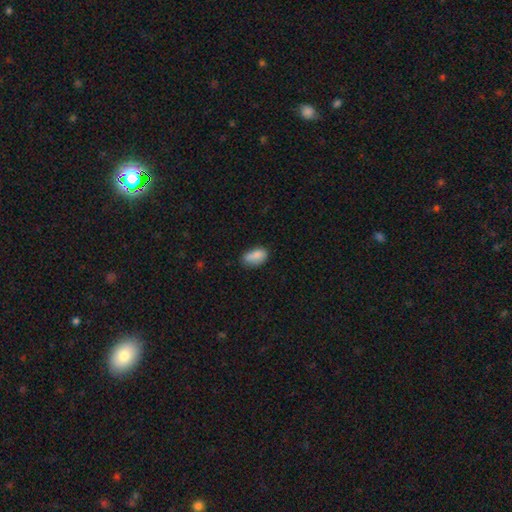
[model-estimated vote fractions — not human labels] Q: Smooth or featured?
A: smooth (84%); runner-up: star or artifact (8%)
Q: How rounded?
A: in between (90%); runner-up: round (6%)
Q: Merging?
A: none (58%); runner-up: minor disturbance (29%)